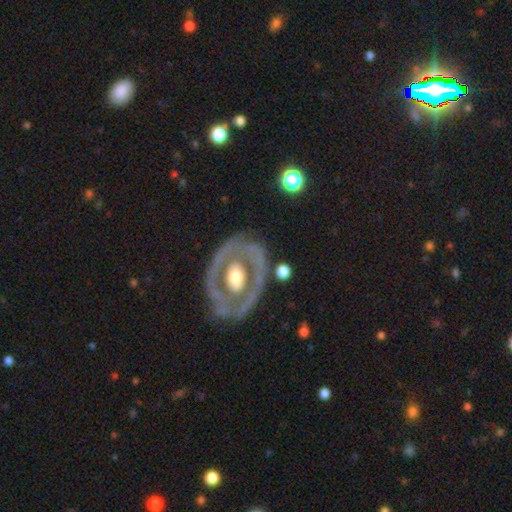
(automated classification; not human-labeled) This appears to be a featured or disk galaxy (75%) with no bar (75%), no spiral arms (70%) and a moderate central bulge (60%). Merging: none (72%).